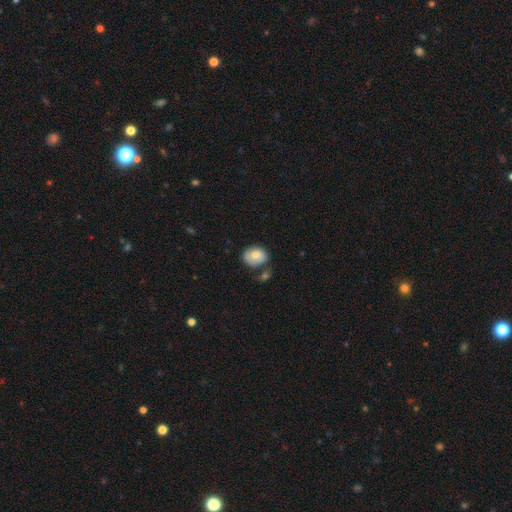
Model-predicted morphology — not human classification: A smooth galaxy with no disk features (71%) that is in between round and cigar-shaped (51%). Merging: none (58%).